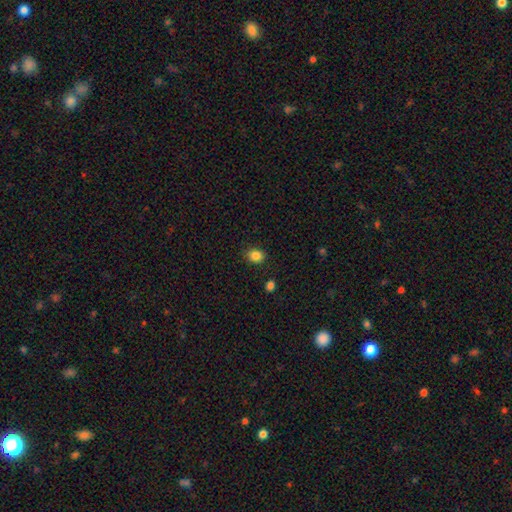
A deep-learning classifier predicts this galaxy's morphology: Smooth or featured? Predicted: smooth (p=0.85). How rounded? Predicted: round (p=0.50). Merging? Predicted: none (p=0.86).